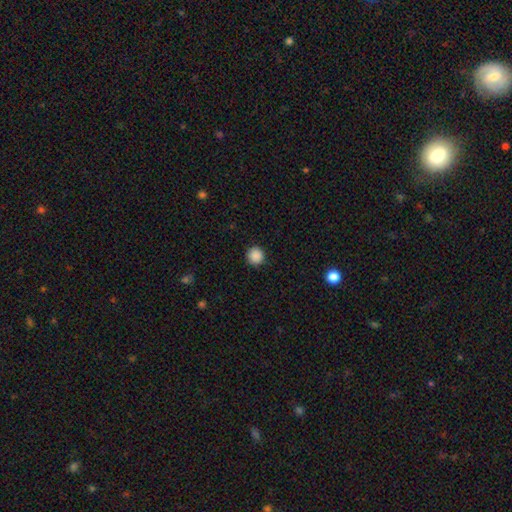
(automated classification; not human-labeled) smooth-or-featured: smooth: 88% | star or artifact: 10% | featured or disk: 2%
  how-rounded: round: 95% | in between: 4% | cigar-shaped: 1%
  merging: none: 92% | minor disturbance: 5% | major disturbance: 2% | merger: 1%